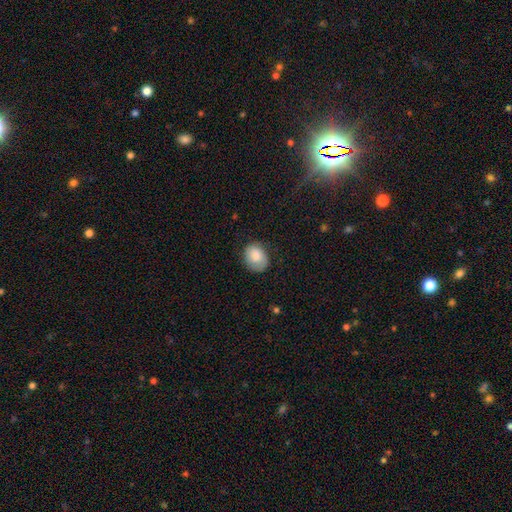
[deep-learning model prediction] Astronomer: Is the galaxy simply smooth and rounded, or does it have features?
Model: smooth — 79%.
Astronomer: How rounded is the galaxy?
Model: round — 52% (runner-up: in between, 47%).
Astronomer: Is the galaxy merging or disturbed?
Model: none — 68%.